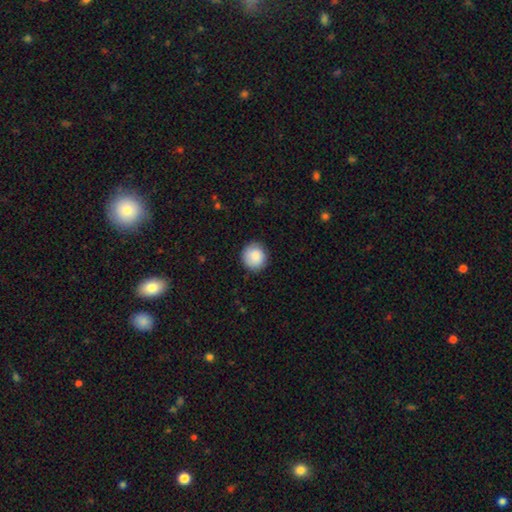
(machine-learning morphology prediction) A smooth galaxy with no disk features (87%) that is round (92%).

Vote fractions:
- Smooth or featured? smooth: 87% / star or artifact: 7% / featured or disk: 6%
- How rounded? round: 92% / in between: 7% / cigar-shaped: 1%
- Merging? none: 87% / minor disturbance: 10% / major disturbance: 2% / merger: 1%